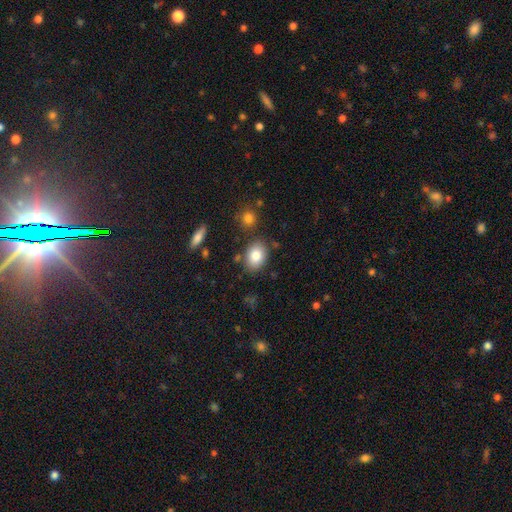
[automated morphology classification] smooth_or_featured: smooth (p=0.83) [alt: featured or disk p=0.09]
how_rounded: in between (p=0.77) [alt: round p=0.22]
merging: none (p=0.81) [alt: minor disturbance p=0.11]